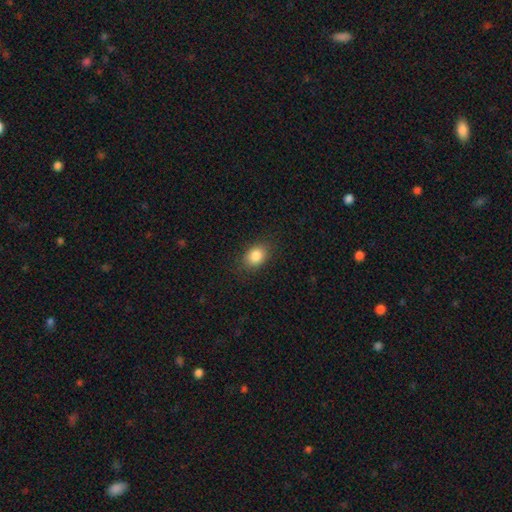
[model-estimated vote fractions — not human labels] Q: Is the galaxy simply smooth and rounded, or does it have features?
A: smooth — 86%.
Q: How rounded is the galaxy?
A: in between — 68%.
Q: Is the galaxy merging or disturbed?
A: none — 85%.